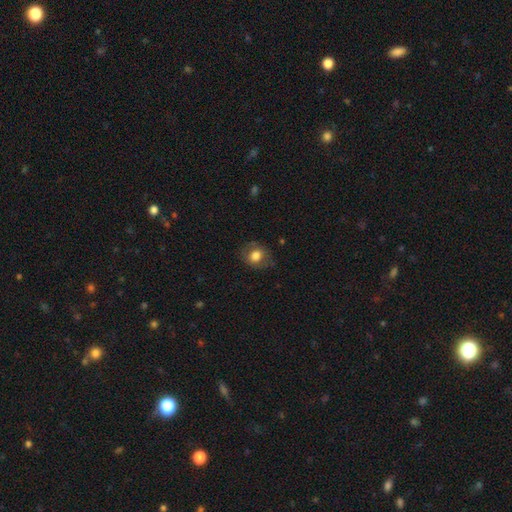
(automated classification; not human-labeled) Q: Smooth or featured?
A: smooth (73%); runner-up: featured or disk (18%)
Q: How rounded?
A: round (61%); runner-up: in between (38%)
Q: Merging?
A: none (73%); runner-up: minor disturbance (18%)